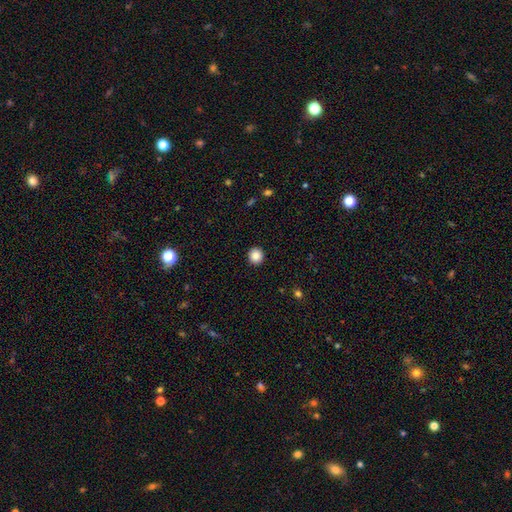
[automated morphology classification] This appears to be a smooth galaxy with no disk features (87%) that is round (91%). Merging: none (93%).